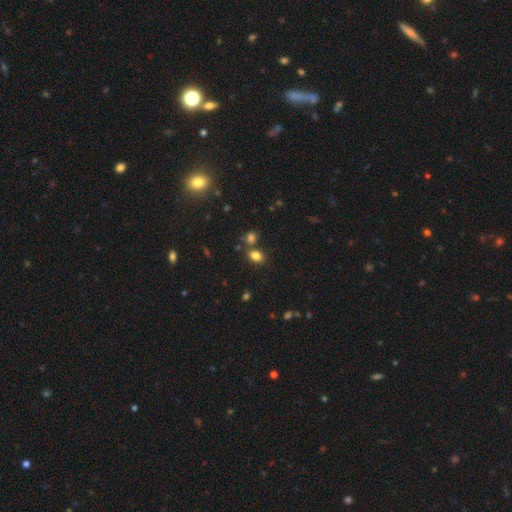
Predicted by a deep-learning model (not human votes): A smooth galaxy with no disk features (82%) that is in between round and cigar-shaped (78%).

Vote fractions:
- Smooth or featured? smooth: 82% / star or artifact: 12% / featured or disk: 6%
- How rounded? in between: 78% / round: 21% / cigar-shaped: 1%
- Merging? none: 69% / merger: 17% / minor disturbance: 11% / major disturbance: 3%